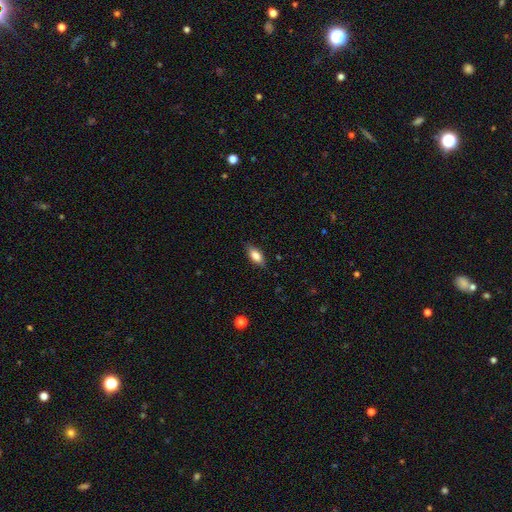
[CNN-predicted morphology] Smooth or featured? Predicted: smooth (p=0.79). How rounded? Predicted: in between (p=0.81). Merging? Predicted: none (p=0.83).